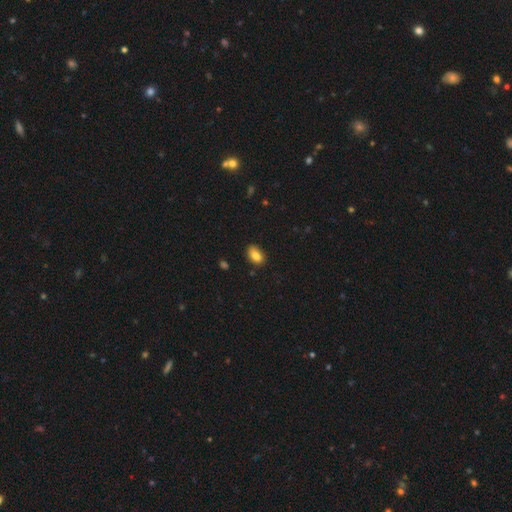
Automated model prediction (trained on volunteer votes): Smooth or featured? smooth (84%)
How rounded? in between (87%)
Merging? none (78%)